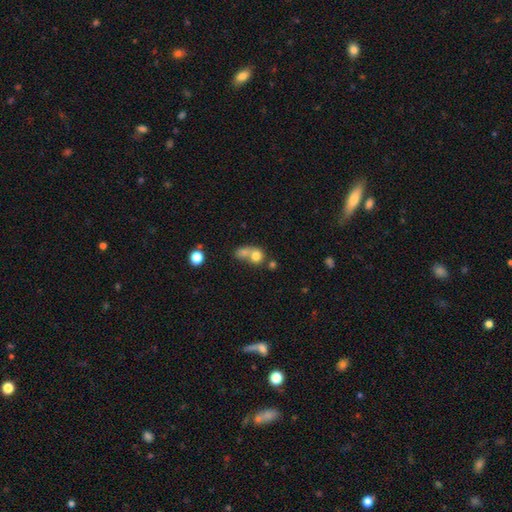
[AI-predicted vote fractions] Morphology: type=smooth (75%); roundness=round (75%); merging=merger (60%).